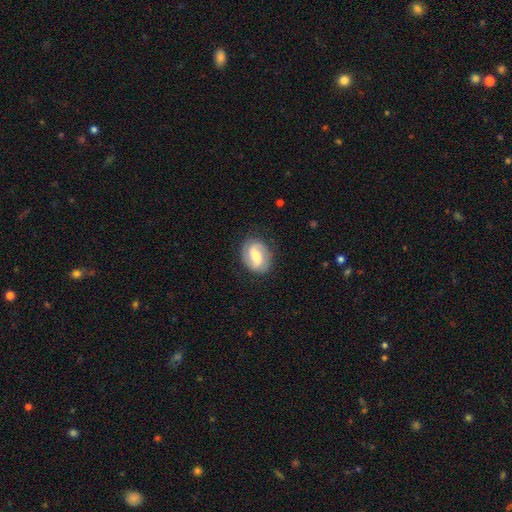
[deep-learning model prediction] smooth-or-featured: featured or disk: 67% | smooth: 27% | star or artifact: 6%
  disk-edge-on: no: 97% | yes: 3%
    bar: weak: 49% | strong: 27% | no: 24%
    has-spiral-arms: yes: 89% | no: 11%
      spiral-winding: medium: 44% | tight: 29% | loose: 27%
      spiral-arm-count: 2: 88% | can't tell: 6% | 1: 3% | 3: 1% | 4: 1% | more than 4: 1%
    bulge-size: moderate: 57% | small: 28% | large: 10% | none: 3% | dominant: 2%
  merging: none: 83% | minor disturbance: 12% | major disturbance: 4% | merger: 1%